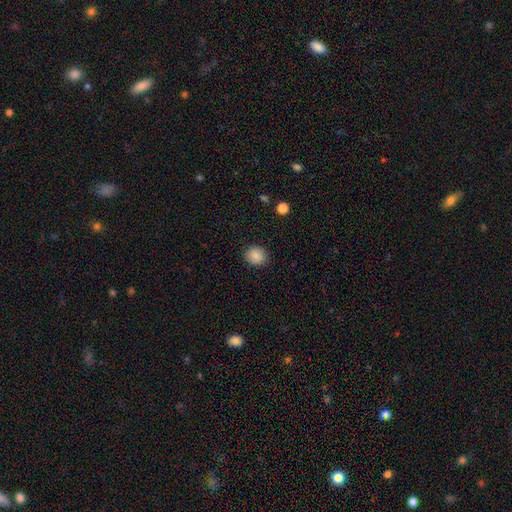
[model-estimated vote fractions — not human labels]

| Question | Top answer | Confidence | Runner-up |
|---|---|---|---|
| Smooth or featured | smooth | 87% | star or artifact (9%) |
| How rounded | round | 78% | in between (21%) |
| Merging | none | 89% | minor disturbance (8%) |